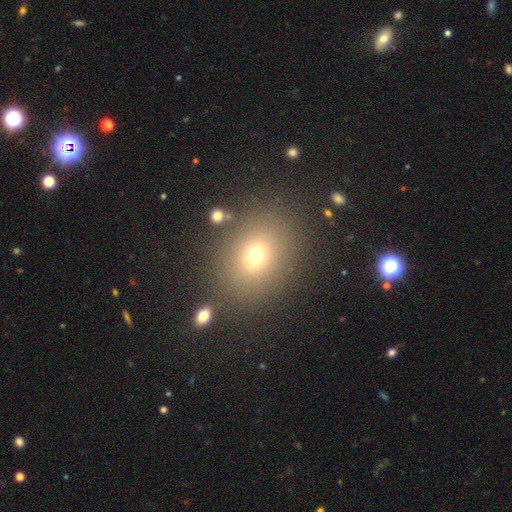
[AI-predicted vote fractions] smooth_or_featured: smooth (p=0.69) [alt: star or artifact p=0.20]
how_rounded: round (p=0.58) [alt: in between p=0.41]
merging: none (p=0.84) [alt: minor disturbance p=0.08]